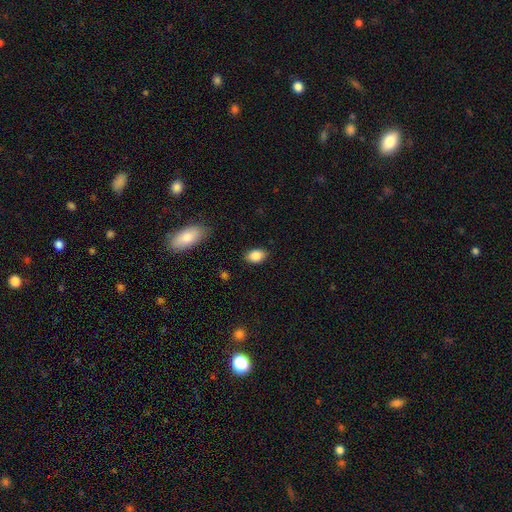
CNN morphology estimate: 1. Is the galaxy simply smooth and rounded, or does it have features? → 87% smooth, 8% star or artifact, 5% featured or disk.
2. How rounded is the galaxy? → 86% in between, 12% round, 1% cigar-shaped.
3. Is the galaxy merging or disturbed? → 86% none, 10% minor disturbance, 2% major disturbance, 1% merger.